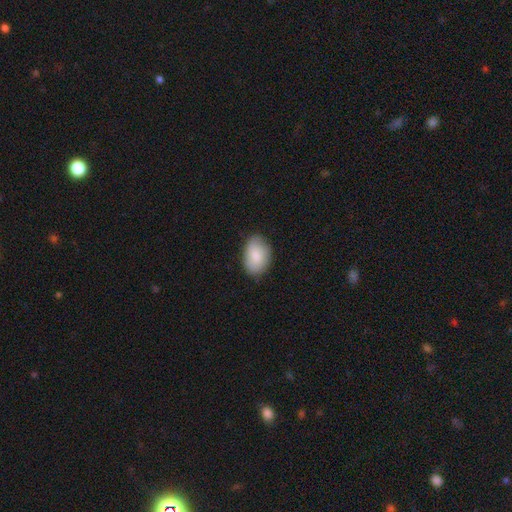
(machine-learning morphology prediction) A smooth galaxy with no disk features (84%) that is in between round and cigar-shaped (87%).

Vote fractions:
- Smooth or featured? smooth: 84% / featured or disk: 10% / star or artifact: 6%
- How rounded? in between: 87% / round: 12% / cigar-shaped: 1%
- Merging? none: 80% / minor disturbance: 16% / major disturbance: 3% / merger: 1%